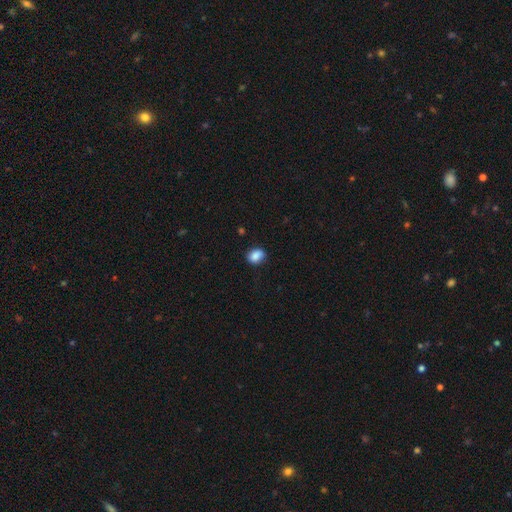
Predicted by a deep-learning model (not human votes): Smooth or featured? smooth (86%)
How rounded? in between (56%)
Merging? none (79%)